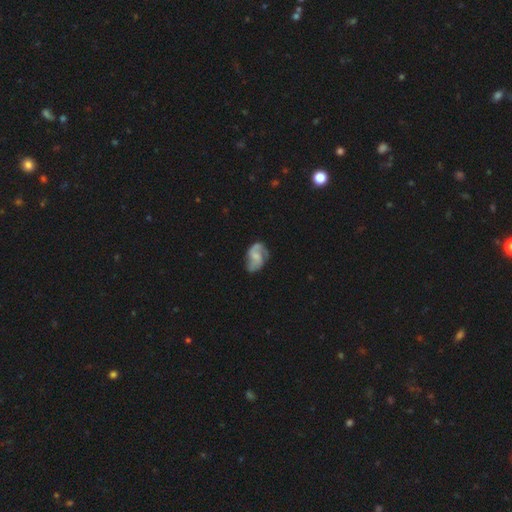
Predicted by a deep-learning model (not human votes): A featured or disk galaxy (72%) with no bar (46%), 2 (79%) medium (44%) spiral arms (92%) and no central bulge (36%).

Vote fractions:
- Smooth or featured? featured or disk: 72% / smooth: 21% / star or artifact: 6%
- Edge-on disk? no: 98% / yes: 2%
- Bar? no: 46% / weak: 43% / strong: 11%
- Spiral arms? yes: 92% / no: 8%
- Spiral winding? medium: 44% / loose: 40% / tight: 16%
- Spiral arm count? 2: 79% / can't tell: 8% / 3: 5% / 1: 5% / 4: 1% / more than 4: 1%
- Bulge size? none: 36% / small: 35% / moderate: 23% / large: 5% / dominant: 1%
- Merging? none: 58% / minor disturbance: 25% / major disturbance: 15% / merger: 2%